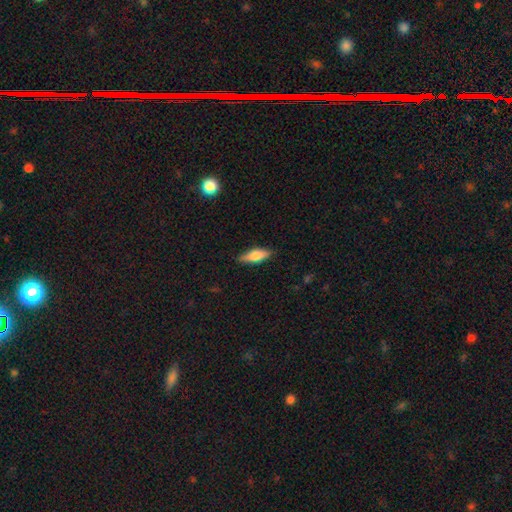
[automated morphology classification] A smooth galaxy with no disk features (70%) that is in between round and cigar-shaped (61%). Merging: none (84%).